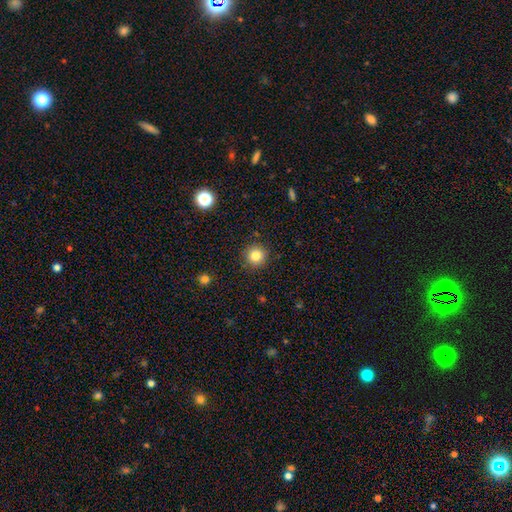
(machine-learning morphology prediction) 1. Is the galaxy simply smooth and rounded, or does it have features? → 82% smooth, 11% star or artifact, 6% featured or disk.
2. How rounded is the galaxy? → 95% round, 4% in between, 1% cigar-shaped.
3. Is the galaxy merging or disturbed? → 90% none, 7% minor disturbance, 2% major disturbance, 1% merger.